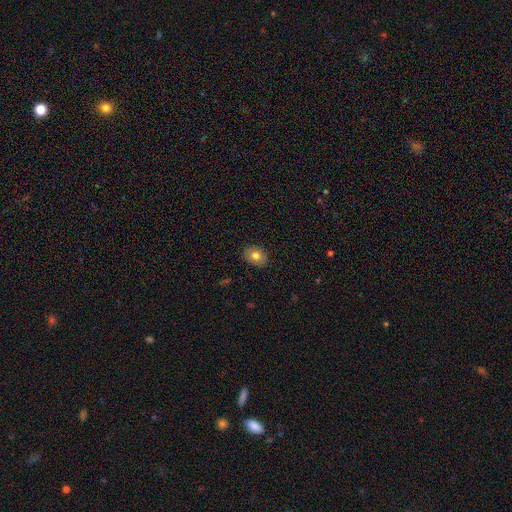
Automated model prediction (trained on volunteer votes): This appears to be a smooth galaxy with no disk features (78%) that is in between round and cigar-shaped (56%). Merging: none (88%).